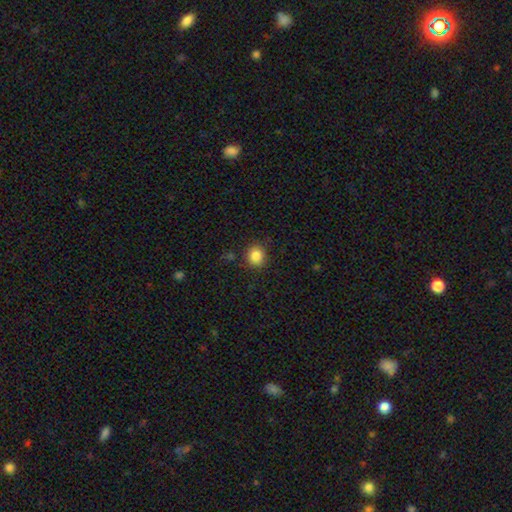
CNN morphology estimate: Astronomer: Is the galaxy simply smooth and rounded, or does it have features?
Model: smooth — 85%.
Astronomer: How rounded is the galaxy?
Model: round — 84%.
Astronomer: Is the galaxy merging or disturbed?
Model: none — 87%.